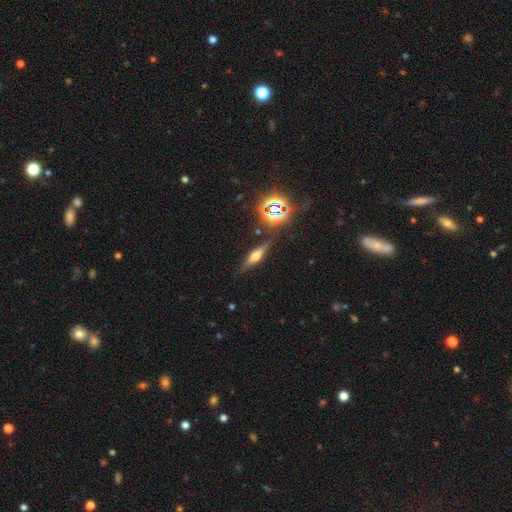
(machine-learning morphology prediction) Smooth or featured?
  - featured or disk: 58% *
  - smooth: 26%
  - star or artifact: 17%
Edge-on disk?
  - yes: 93% *
  - no: 7%
Edge-on bulge?
  - rounded: 89% *
  - boxy: 8%
  - none: 2%
Merging?
  - none: 82% *
  - minor disturbance: 12%
  - major disturbance: 3%
  - merger: 3%